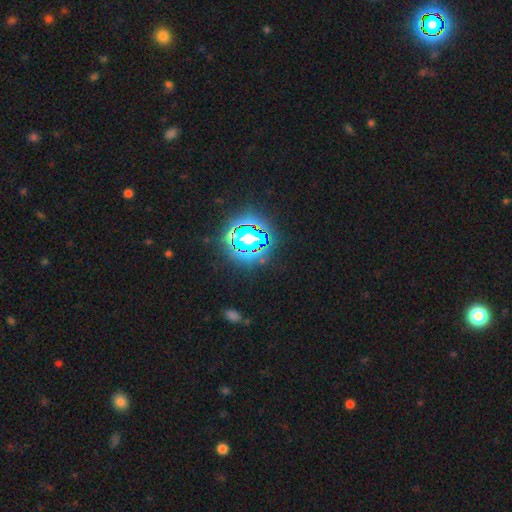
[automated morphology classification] smooth-or-featured: star or artifact: 83% | smooth: 11% | featured or disk: 6%